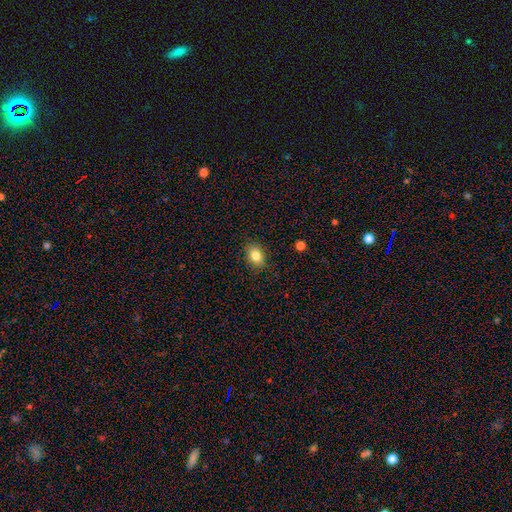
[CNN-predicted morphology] smooth-or-featured: smooth: 83% | star or artifact: 10% | featured or disk: 7%
  how-rounded: in between: 68% | round: 30% | cigar-shaped: 1%
  merging: none: 86% | minor disturbance: 11% | major disturbance: 2% | merger: 1%